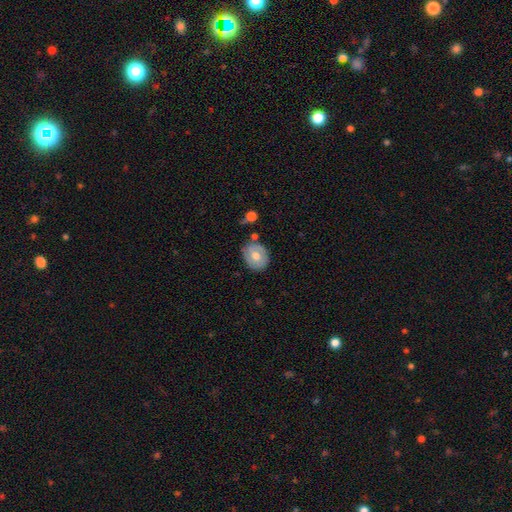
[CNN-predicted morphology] Q: Smooth or featured?
A: smooth (56%); runner-up: featured or disk (37%)
Q: How rounded?
A: round (58%); runner-up: in between (41%)
Q: Merging?
A: none (72%); runner-up: minor disturbance (18%)